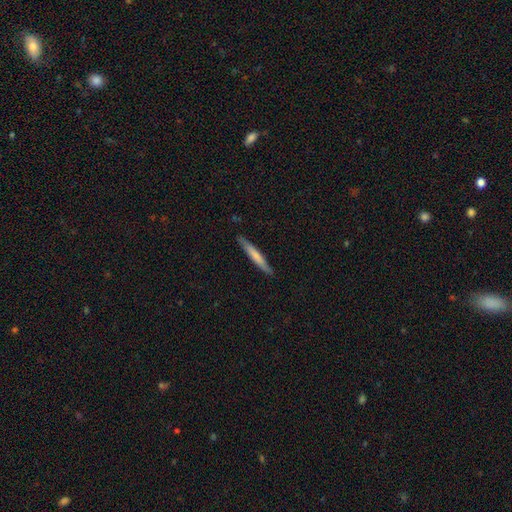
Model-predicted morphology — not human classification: Smooth or featured? smooth (63%)
How rounded? cigar-shaped (95%)
Merging? none (87%)